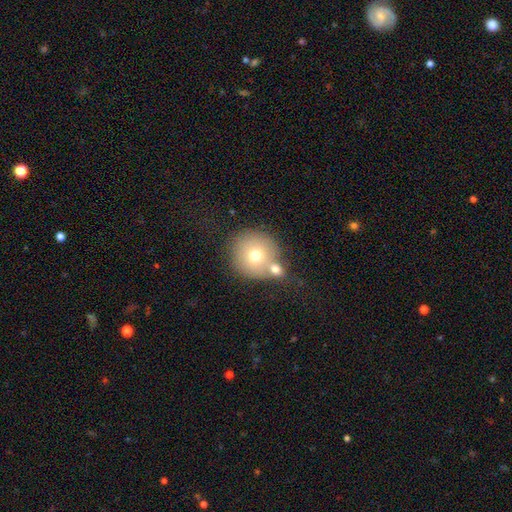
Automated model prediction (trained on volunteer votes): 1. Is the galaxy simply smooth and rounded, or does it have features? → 70% smooth, 19% featured or disk, 11% star or artifact.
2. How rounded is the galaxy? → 92% round, 7% in between, 1% cigar-shaped.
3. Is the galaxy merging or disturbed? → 57% none, 28% merger, 10% minor disturbance, 4% major disturbance.